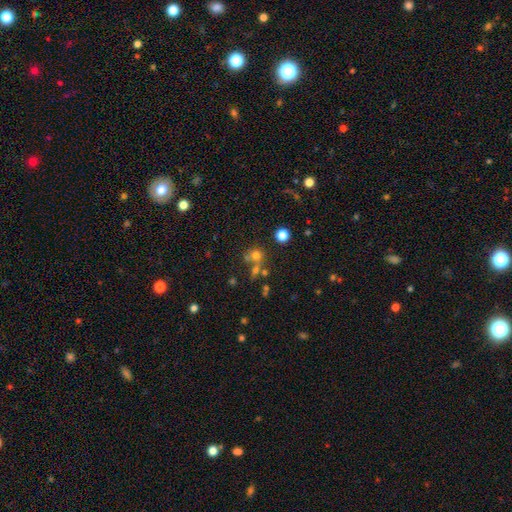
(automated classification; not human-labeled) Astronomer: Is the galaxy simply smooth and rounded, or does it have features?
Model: smooth — 63%.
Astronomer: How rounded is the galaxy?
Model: round — 83%.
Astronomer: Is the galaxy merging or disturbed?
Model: none — 48% (runner-up: merger, 37%).